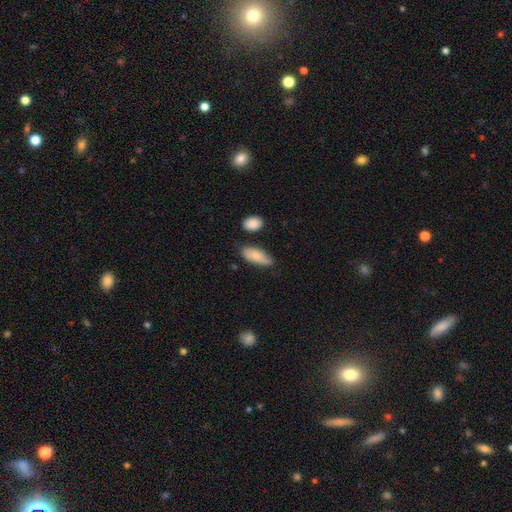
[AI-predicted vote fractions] Smooth or featured?
  - smooth: 74% *
  - featured or disk: 19%
  - star or artifact: 6%
How rounded?
  - in between: 83% *
  - cigar-shaped: 15%
  - round: 3%
Merging?
  - none: 62% *
  - minor disturbance: 28%
  - merger: 5%
  - major disturbance: 5%